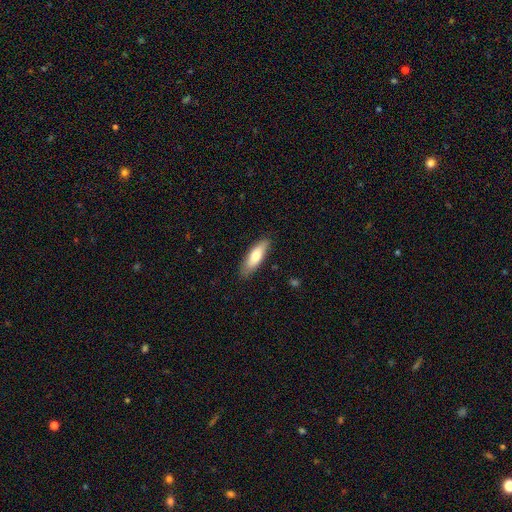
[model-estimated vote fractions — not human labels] A smooth galaxy with no disk features (73%) that is in between round and cigar-shaped (50%). Merging: none (85%).